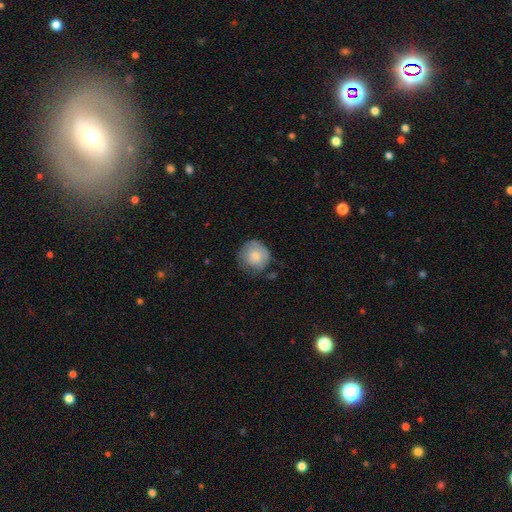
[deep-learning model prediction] Smooth or featured? Predicted: smooth (p=0.74). How rounded? Predicted: round (p=0.90). Merging? Predicted: none (p=0.62).